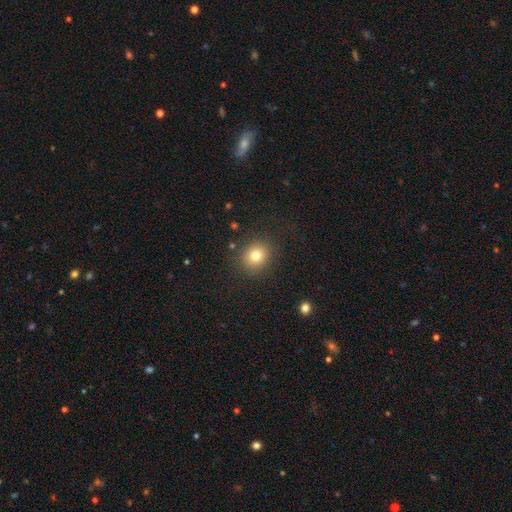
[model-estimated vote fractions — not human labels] Overall: smooth (78%). How rounded: round (78%). Merging: none (87%).